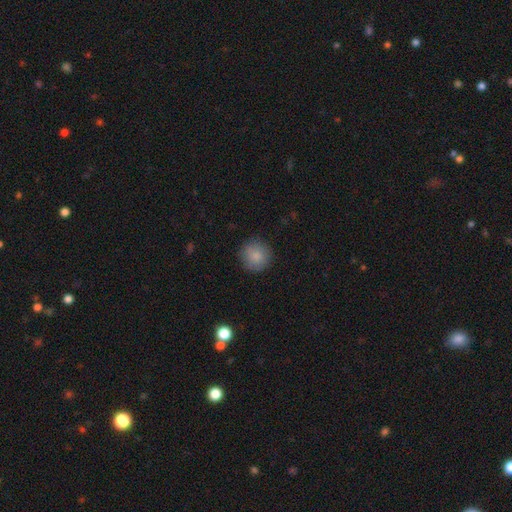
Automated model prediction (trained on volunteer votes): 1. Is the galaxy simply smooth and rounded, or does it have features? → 86% smooth, 8% star or artifact, 6% featured or disk.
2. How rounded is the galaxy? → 94% round, 5% in between, 1% cigar-shaped.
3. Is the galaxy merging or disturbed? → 87% none, 9% minor disturbance, 2% major disturbance, 1% merger.